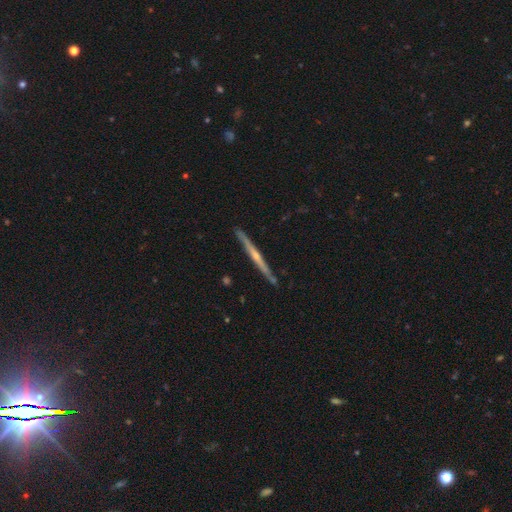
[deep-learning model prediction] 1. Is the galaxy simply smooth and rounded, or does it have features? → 73% featured or disk, 22% smooth, 5% star or artifact.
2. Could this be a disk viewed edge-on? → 98% yes, 2% no.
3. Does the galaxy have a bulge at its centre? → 60% rounded, 34% none, 5% boxy.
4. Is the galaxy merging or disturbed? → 88% none, 9% minor disturbance, 2% merger, 1% major disturbance.